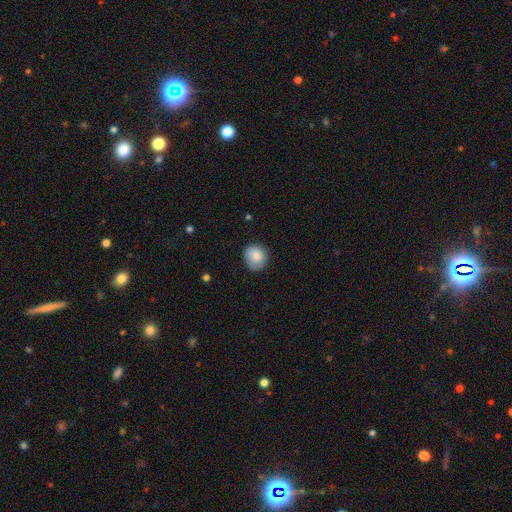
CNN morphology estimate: The model was most divided on "merging": none: 76%, minor disturbance: 19%, major disturbance: 4%, merger: 1%. More confident: smooth or featured — smooth (85%); how rounded — round (80%).